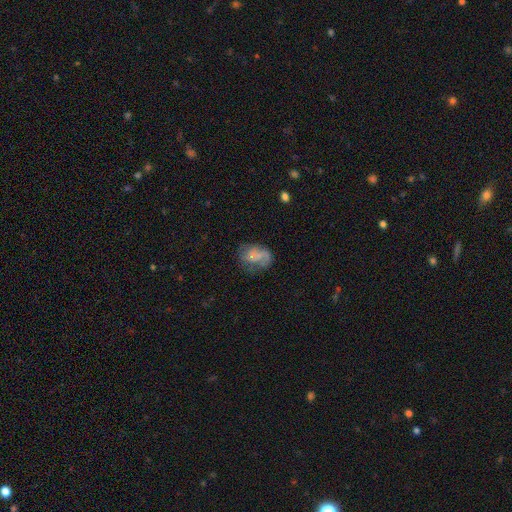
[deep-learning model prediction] Smooth or featured: smooth — 46% (featured or disk — 44%)
Merging: none — 39% (major disturbance — 28%)